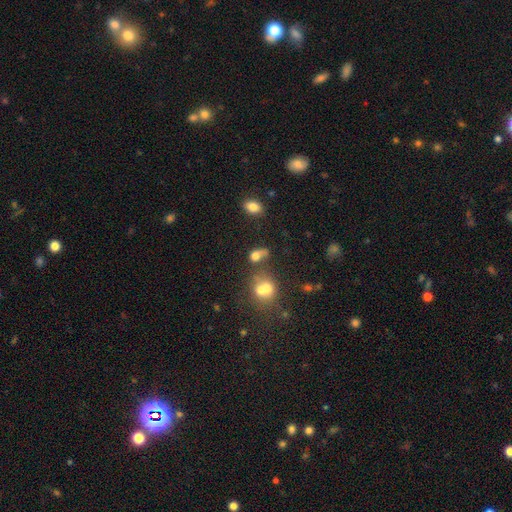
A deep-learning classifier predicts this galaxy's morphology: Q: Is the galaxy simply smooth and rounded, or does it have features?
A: smooth — 69%.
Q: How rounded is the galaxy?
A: in between — 56%.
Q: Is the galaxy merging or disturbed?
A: merger — 34%.